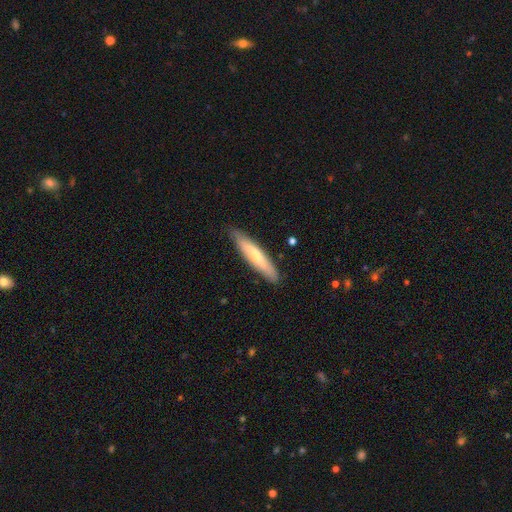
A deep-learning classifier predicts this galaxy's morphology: Smooth or featured?
  - smooth: 63% *
  - featured or disk: 32%
  - star or artifact: 5%
How rounded?
  - cigar-shaped: 86% *
  - in between: 13%
  - round: 1%
Merging?
  - none: 84% *
  - minor disturbance: 12%
  - major disturbance: 2%
  - merger: 1%